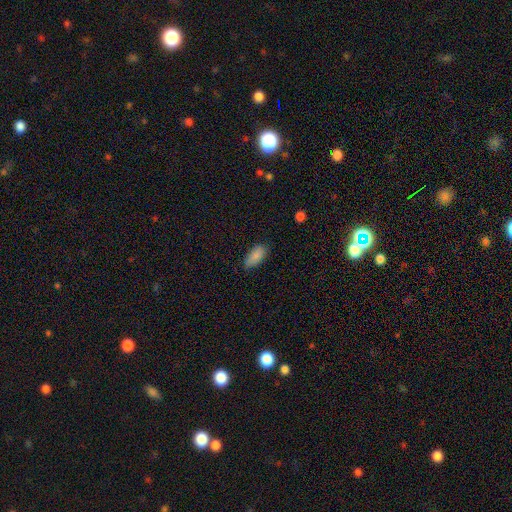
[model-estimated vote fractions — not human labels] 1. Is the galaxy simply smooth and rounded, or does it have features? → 86% smooth, 7% star or artifact, 7% featured or disk.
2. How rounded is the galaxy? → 88% in between, 9% cigar-shaped, 2% round.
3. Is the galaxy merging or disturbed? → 78% none, 18% minor disturbance, 3% major disturbance, 1% merger.